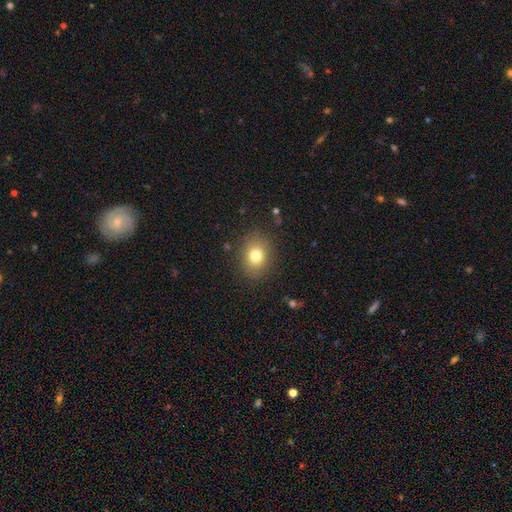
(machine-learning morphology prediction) A smooth galaxy with no disk features (78%) that is round (58%). Merging: none (86%).